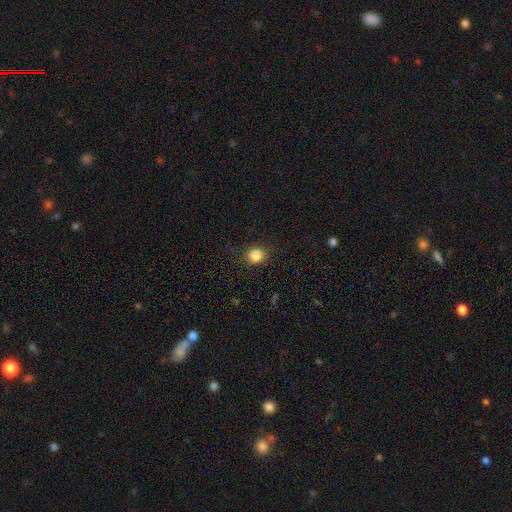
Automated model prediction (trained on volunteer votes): Q: Smooth or featured?
A: smooth (84%); runner-up: star or artifact (11%)
Q: How rounded?
A: round (80%); runner-up: in between (19%)
Q: Merging?
A: none (87%); runner-up: minor disturbance (9%)